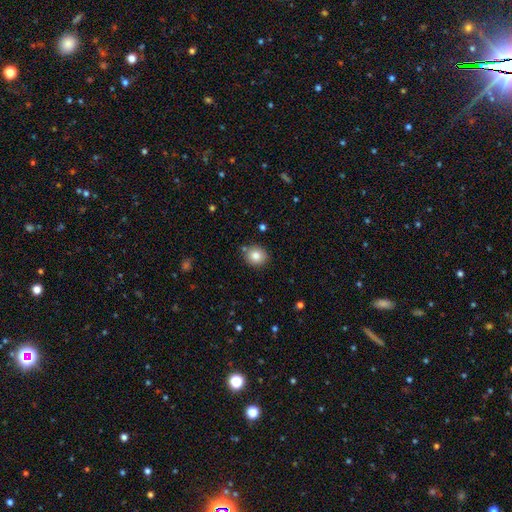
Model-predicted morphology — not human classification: Smooth or featured?
  - smooth: 83% *
  - star or artifact: 10%
  - featured or disk: 7%
How rounded?
  - round: 80% *
  - in between: 19%
  - cigar-shaped: 1%
Merging?
  - none: 84% *
  - minor disturbance: 10%
  - merger: 4%
  - major disturbance: 2%